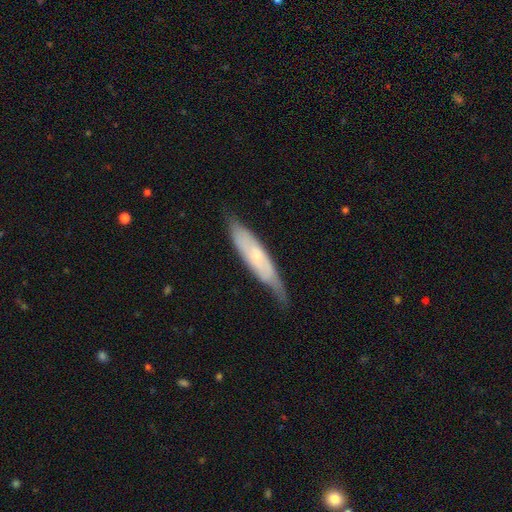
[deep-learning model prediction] The model was most divided on "smooth or featured": featured or disk: 47%, smooth: 46%, star or artifact: 7%. More confident: merging — none (62%).